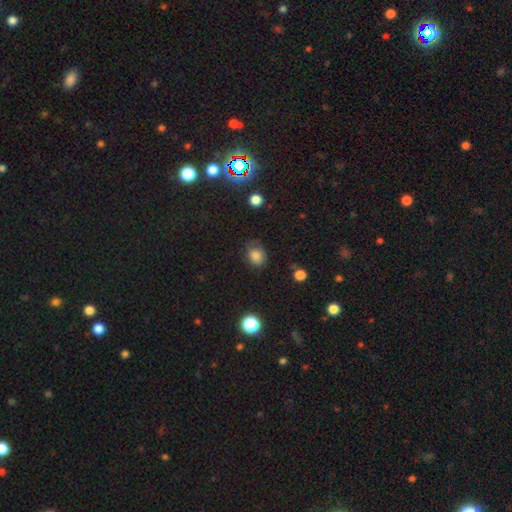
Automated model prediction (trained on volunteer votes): Smooth or featured? smooth (83%)
How rounded? round (62%)
Merging? none (69%)